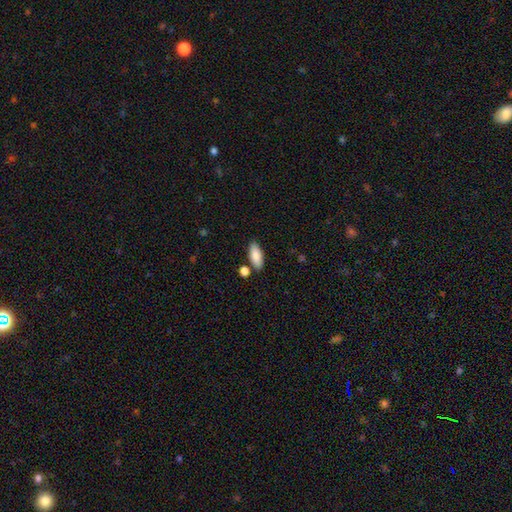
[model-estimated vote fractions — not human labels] This appears to be a smooth galaxy with no disk features (86%) that is in between round and cigar-shaped (84%). Merging: none (80%).